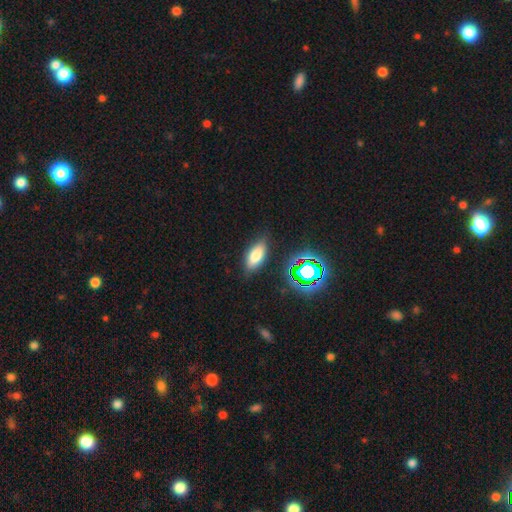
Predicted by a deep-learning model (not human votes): Overall: smooth (72%). How rounded: in between (85%). Merging: none (82%).